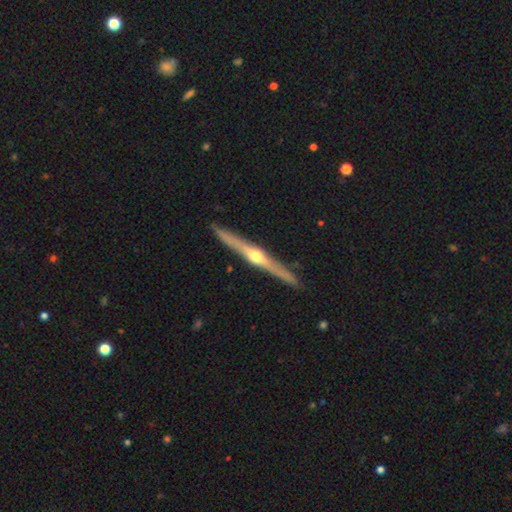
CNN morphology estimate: type=featured or disk (85%); edge-on=yes (98%); edge-on bulge=rounded (91%); merging=none (92%).